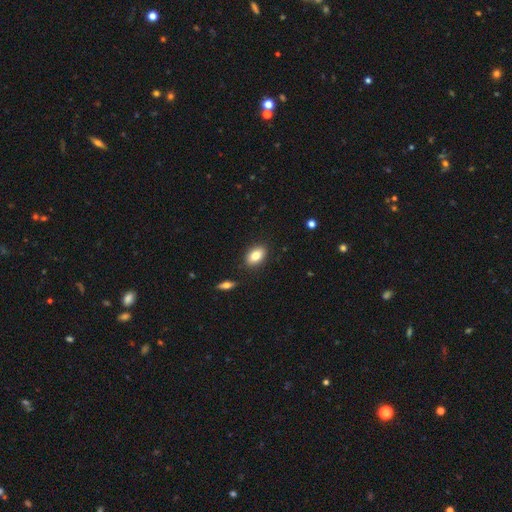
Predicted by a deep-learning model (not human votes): A smooth galaxy with no disk features (82%) that is in between round and cigar-shaped (88%). Merging: none (87%).